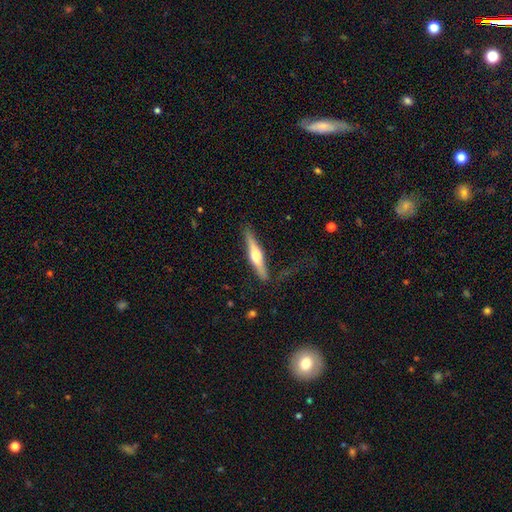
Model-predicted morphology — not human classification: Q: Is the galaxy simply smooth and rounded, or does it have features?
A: featured or disk — 64%.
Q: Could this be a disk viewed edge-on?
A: yes — 97%.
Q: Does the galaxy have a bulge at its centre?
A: rounded — 90%.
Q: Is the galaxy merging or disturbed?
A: none — 81%.